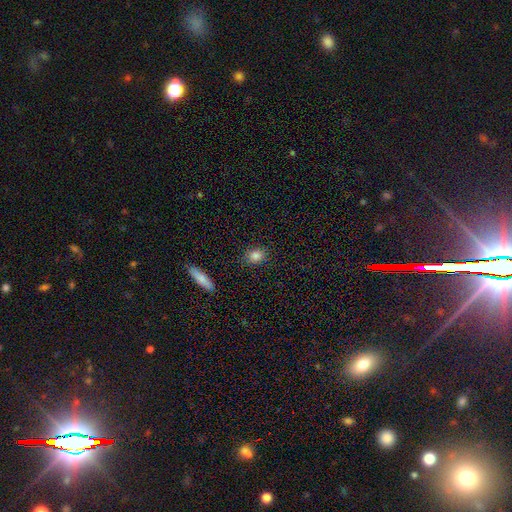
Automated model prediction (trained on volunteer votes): This appears to be a smooth galaxy with no disk features (84%) that is round (58%). Merging: none (88%).